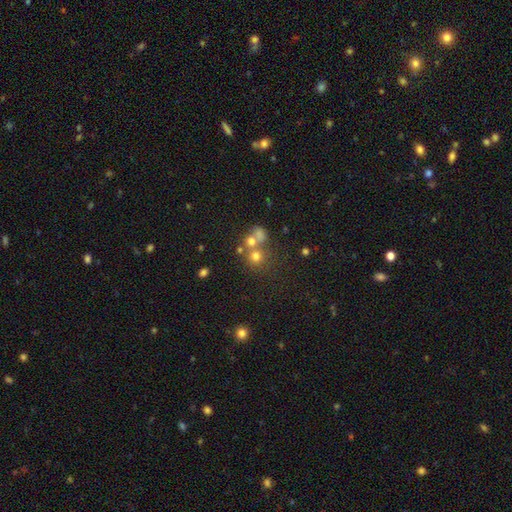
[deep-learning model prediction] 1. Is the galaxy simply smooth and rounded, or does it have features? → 61% smooth, 23% star or artifact, 16% featured or disk.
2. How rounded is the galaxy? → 84% round, 15% in between, 1% cigar-shaped.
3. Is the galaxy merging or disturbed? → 47% none, 40% merger, 8% minor disturbance, 5% major disturbance.